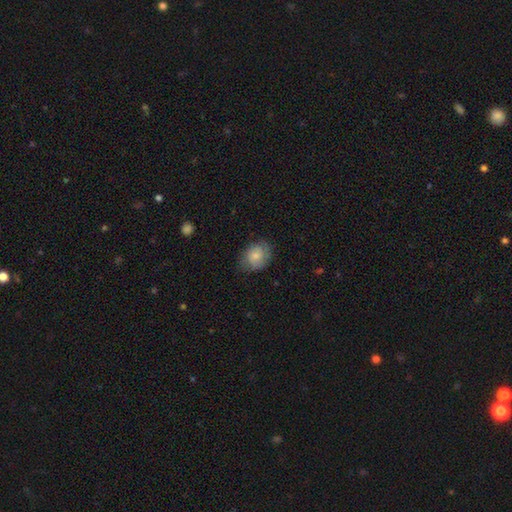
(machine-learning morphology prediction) The model was most divided on "how rounded": in between: 52%, round: 47%, cigar-shaped: 1%. More confident: merging — none (70%); smooth or featured — smooth (69%).